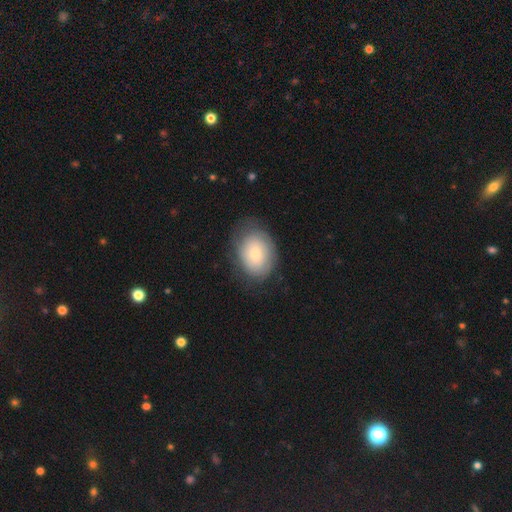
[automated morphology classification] Overall: smooth (68%). How rounded: in between (65%; round 34%). Merging: none (68%).